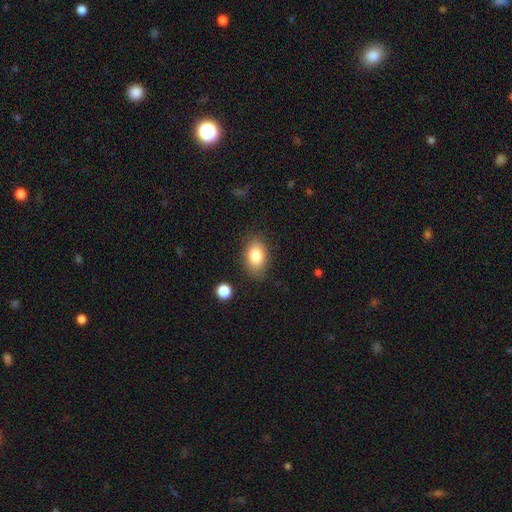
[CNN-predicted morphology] The model was most divided on "merging": none: 82%, minor disturbance: 13%, major disturbance: 3%, merger: 2%. More confident: how rounded — in between (88%); smooth or featured — smooth (84%).